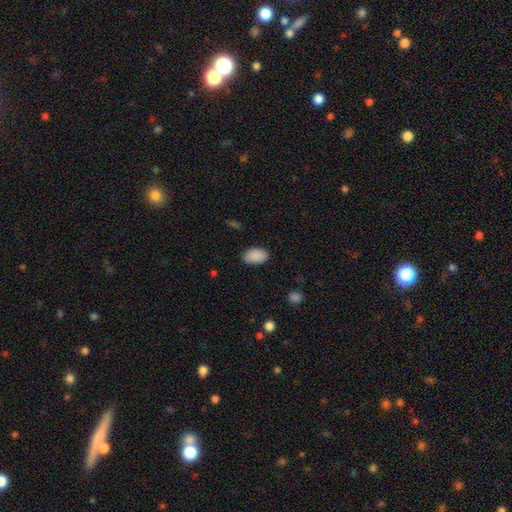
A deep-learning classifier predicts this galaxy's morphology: This is clearly a smooth galaxy (90%). How rounded: clearly in between (92%). Merging: clearly none (86%).